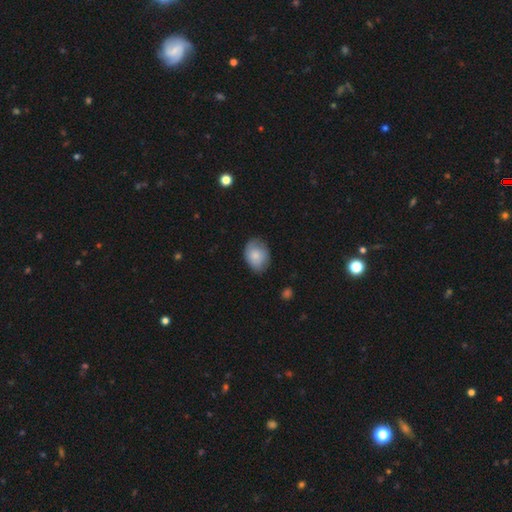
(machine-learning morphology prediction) Smooth or featured? smooth (76%)
How rounded? in between (65%)
Merging? none (70%)